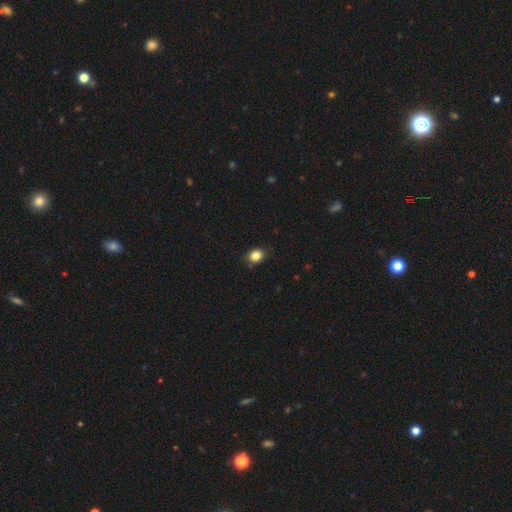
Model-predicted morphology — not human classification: A smooth galaxy with no disk features (85%) that is round (56%). Merging: none (84%).